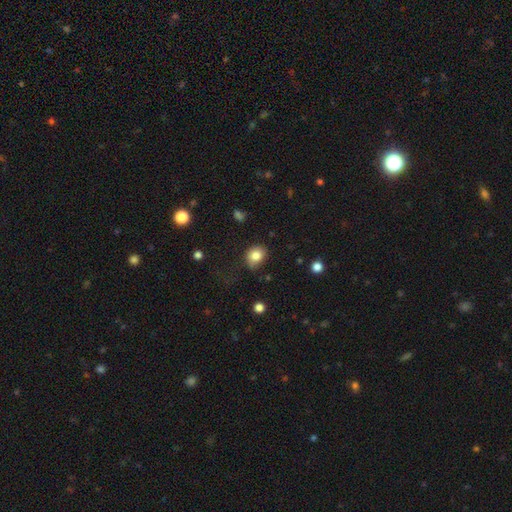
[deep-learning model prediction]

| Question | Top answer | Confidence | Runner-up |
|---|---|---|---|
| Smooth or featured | smooth | 83% | star or artifact (10%) |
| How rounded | round | 58% | in between (41%) |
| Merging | none | 66% | minor disturbance (25%) |